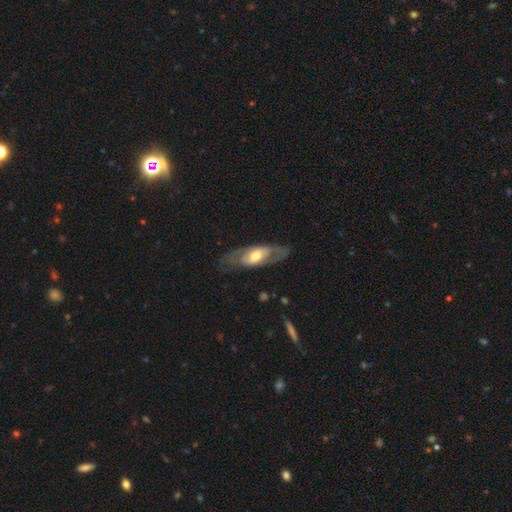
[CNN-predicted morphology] Smooth or featured?
  - featured or disk: 64% *
  - smooth: 31%
  - star or artifact: 5%
Edge-on disk?
  - no: 80% *
  - yes: 20%
Bar?
  - no: 45% *
  - weak: 33%
  - strong: 22%
Spiral arms?
  - yes: 50% * (tied)
  - no: 50% * (tied)
Bulge size?
  - moderate: 61% *
  - small: 20%
  - large: 16%
  - none: 1%
  - dominant: 1%
Merging?
  - none: 72% *
  - minor disturbance: 16%
  - major disturbance: 10%
  - merger: 1%